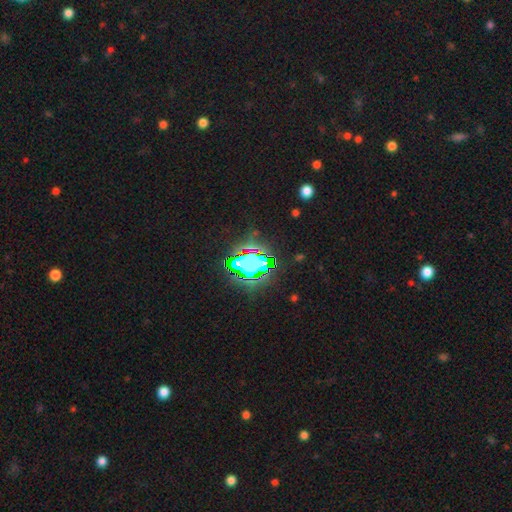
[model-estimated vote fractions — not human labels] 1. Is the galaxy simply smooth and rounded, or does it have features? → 83% star or artifact, 10% smooth, 7% featured or disk.